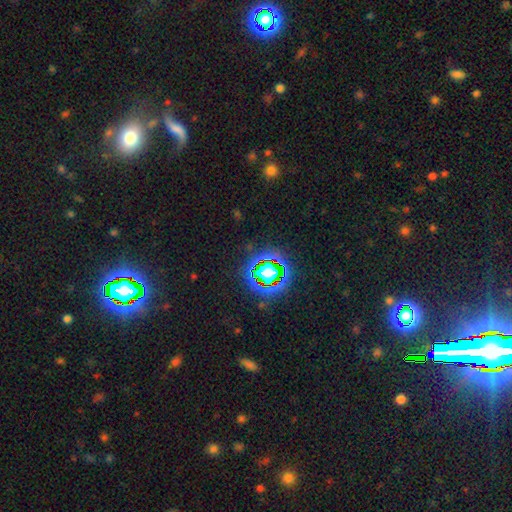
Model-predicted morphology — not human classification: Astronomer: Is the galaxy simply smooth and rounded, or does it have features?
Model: star or artifact — 79%.